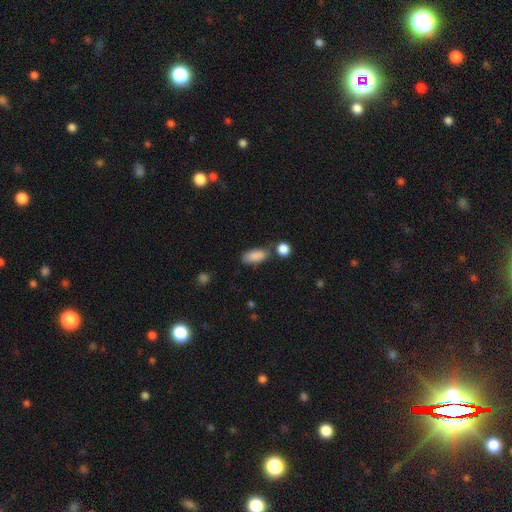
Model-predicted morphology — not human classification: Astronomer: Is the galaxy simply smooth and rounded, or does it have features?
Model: smooth — 87%.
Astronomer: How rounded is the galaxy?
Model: in between — 89%.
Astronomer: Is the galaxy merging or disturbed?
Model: none — 64%.